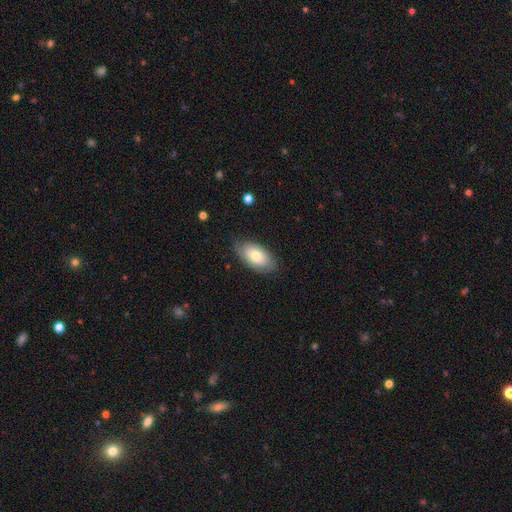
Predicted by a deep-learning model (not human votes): This is likely a smooth galaxy (71%). How rounded: clearly in between (93%). Merging: likely none (79%).